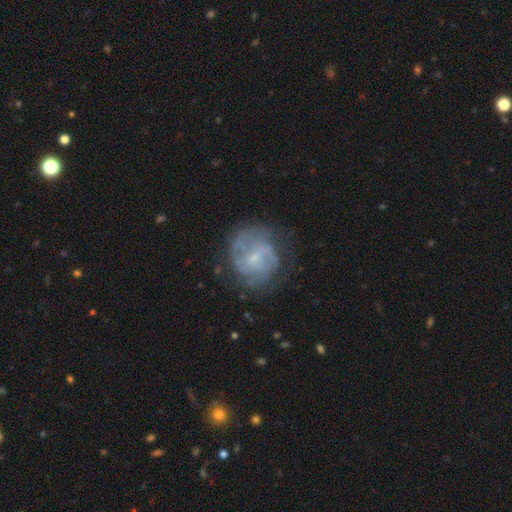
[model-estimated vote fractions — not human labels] Smooth or featured? Predicted: featured or disk (p=0.71). Edge-on disk? Predicted: no (p=0.98). Bar? Predicted: weak (p=0.49). Spiral arms? Predicted: yes (p=0.90). Spiral winding? Predicted: tight (p=0.50). Spiral arm count? Predicted: 2 (p=0.41). Bulge size? Predicted: small (p=0.62). Merging? Predicted: none (p=0.75).